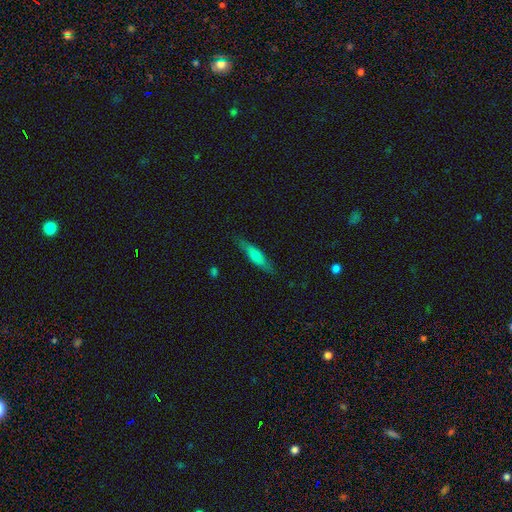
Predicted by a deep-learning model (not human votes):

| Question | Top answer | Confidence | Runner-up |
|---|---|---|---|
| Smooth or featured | smooth | 59% | featured or disk (35%) |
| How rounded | cigar-shaped | 74% | in between (24%) |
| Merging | none | 83% | minor disturbance (14%) |